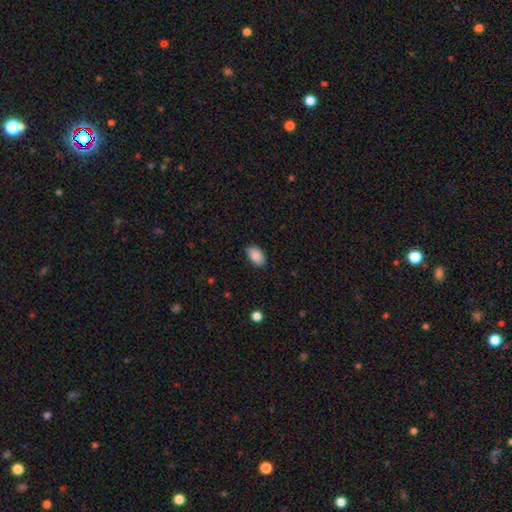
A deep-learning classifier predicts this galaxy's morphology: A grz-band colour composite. It shows a smooth galaxy with no disk features (90%) that is in between round and cigar-shaped (92%). Merging: none (86%).